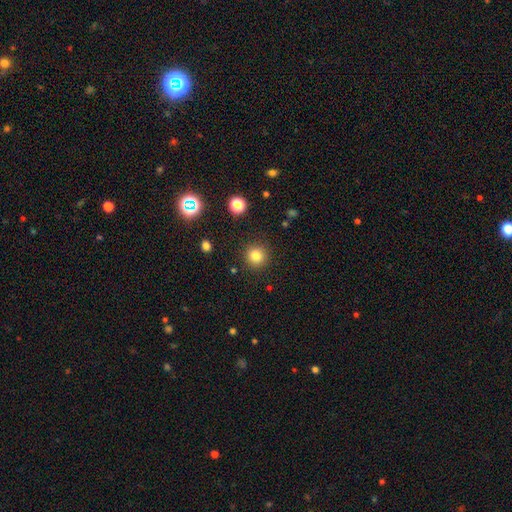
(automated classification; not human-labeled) This is clearly a smooth galaxy (81%). How rounded: clearly round (94%). Merging: clearly none (90%).